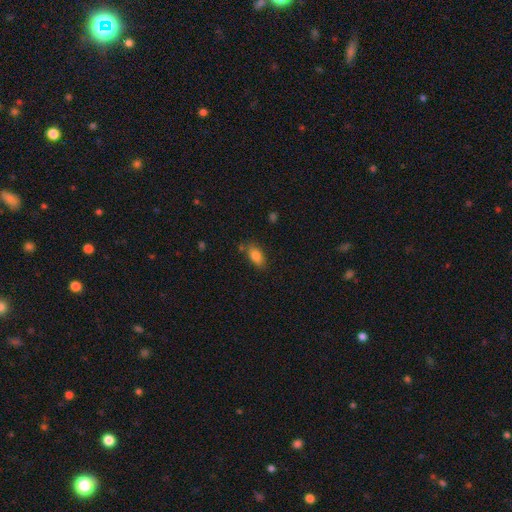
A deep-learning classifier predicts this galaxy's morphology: Smooth or featured: smooth — 82% (featured or disk — 10%)
How rounded: in between — 87% (cigar-shaped — 8%)
Merging: none — 75% (minor disturbance — 15%)